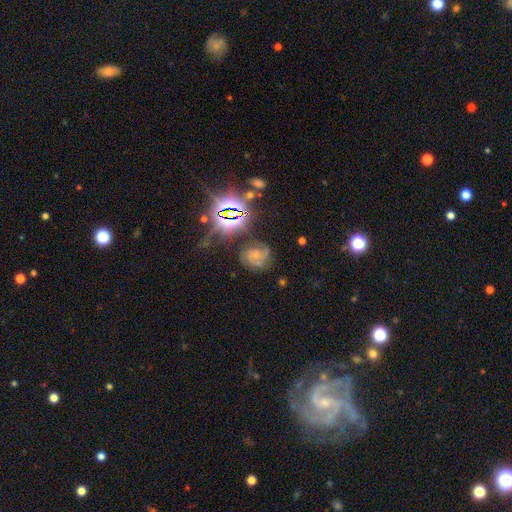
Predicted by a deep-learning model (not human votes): Smooth or featured: featured or disk — 56% (smooth — 22%)
Edge-on disk: no — 97% (yes — 3%)
Bar: no — 73% (weak — 21%)
Spiral arms: yes — 85% (no — 15%)
Bulge size: small — 55% (moderate — 23%)
Merging: none — 57% (minor disturbance — 22%)